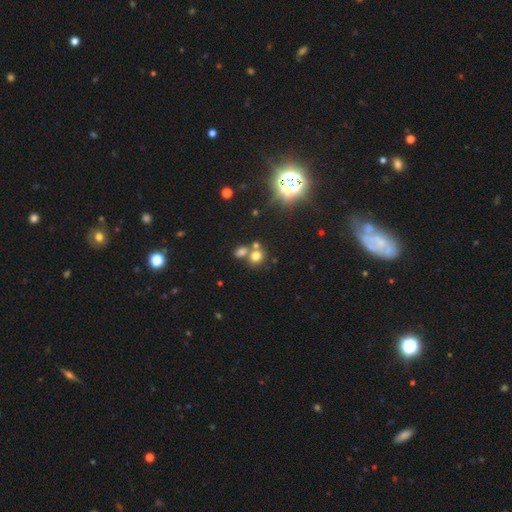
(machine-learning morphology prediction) Smooth or featured: smooth — 69% (star or artifact — 21%)
How rounded: round — 76% (in between — 23%)
Merging: none — 51% (merger — 36%)